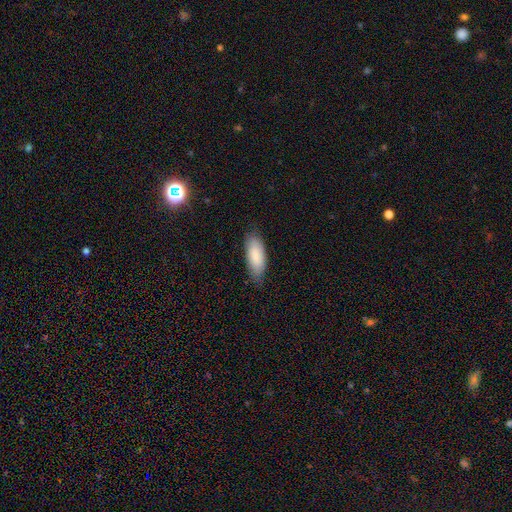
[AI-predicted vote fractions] A smooth galaxy with no disk features (85%) that is in between round and cigar-shaped (79%).

Vote fractions:
- Smooth or featured? smooth: 85% / featured or disk: 9% / star or artifact: 5%
- How rounded? in between: 79% / cigar-shaped: 19% / round: 2%
- Merging? none: 79% / minor disturbance: 17% / major disturbance: 3% / merger: 1%